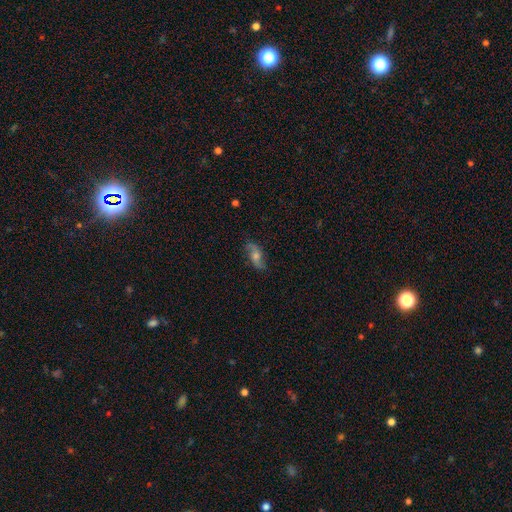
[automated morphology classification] Smooth or featured? featured or disk (63%)
Edge-on disk? no (85%)
Bar? no (63%)
Spiral arms? yes (88%)
Bulge size? moderate (59%)
Merging? none (80%)